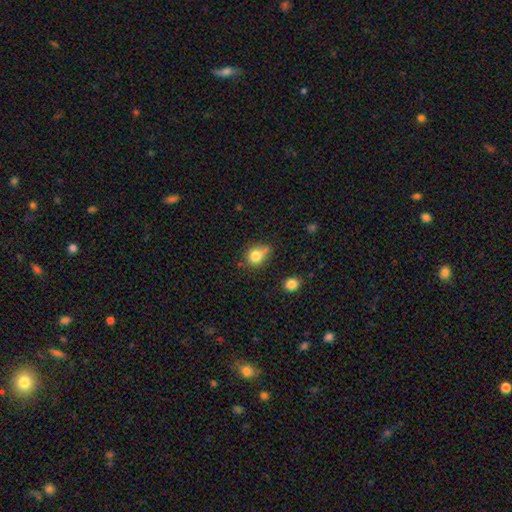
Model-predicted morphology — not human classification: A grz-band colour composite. It shows a smooth galaxy with no disk features (79%) that is round (61%). Merging: none (49%).